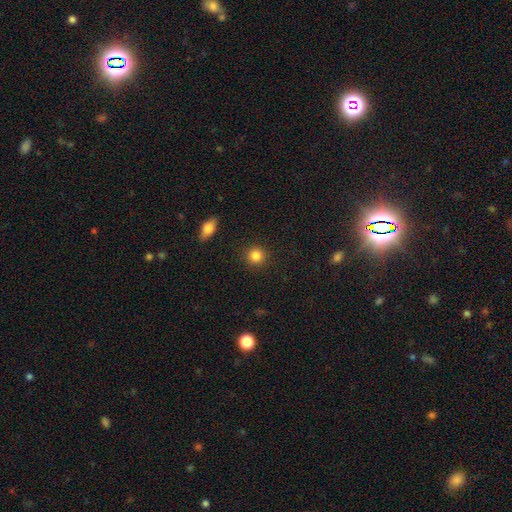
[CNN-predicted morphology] Smooth or featured?
  - smooth: 85% *
  - star or artifact: 10%
  - featured or disk: 5%
How rounded?
  - round: 93% *
  - in between: 6%
  - cigar-shaped: 1%
Merging?
  - none: 91% *
  - minor disturbance: 6%
  - major disturbance: 2%
  - merger: 1%